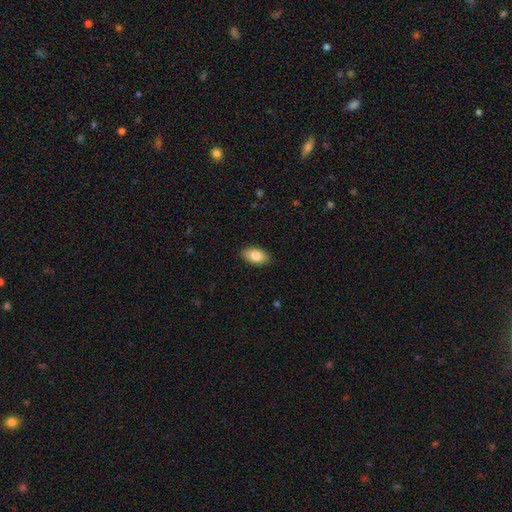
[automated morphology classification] Overall: smooth (82%). How rounded: in between (93%). Merging: none (88%).